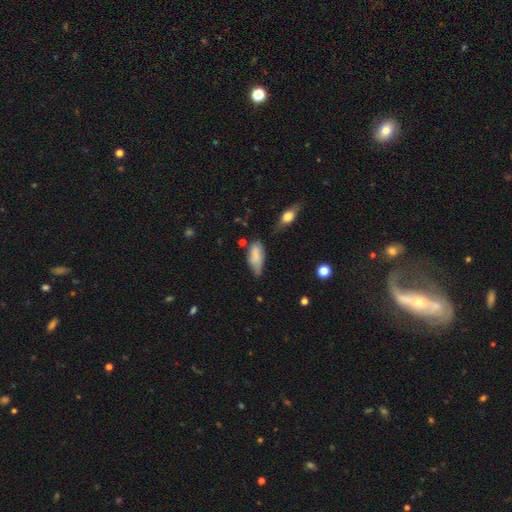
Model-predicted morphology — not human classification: Smooth or featured: smooth — 76% (featured or disk — 17%)
How rounded: in between — 83% (cigar-shaped — 14%)
Merging: none — 44% (minor disturbance — 41%)